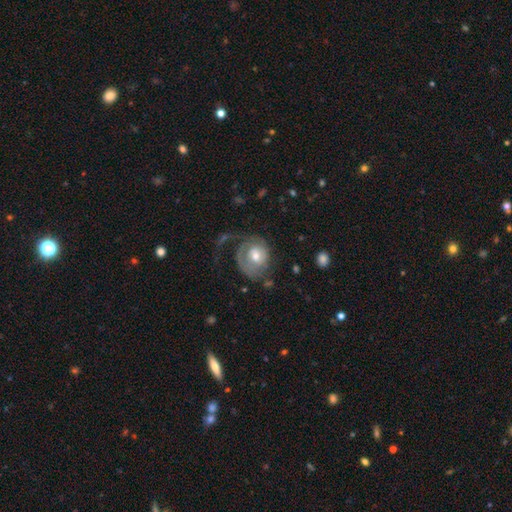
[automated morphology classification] A featured or disk galaxy (67%) with no bar (63%), 1 (50%) tight (49%) spiral arms (80%) and a moderate central bulge (66%). Merging: none (43%).